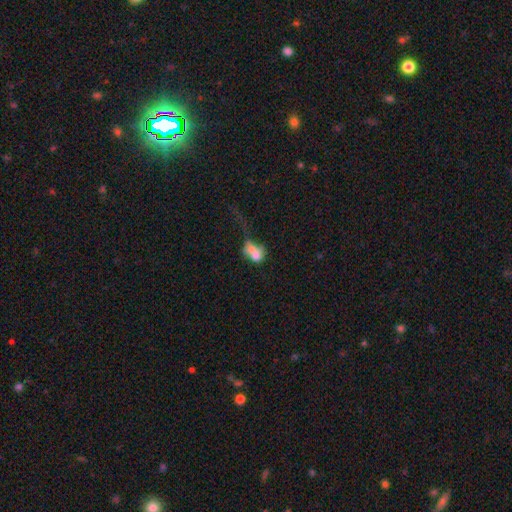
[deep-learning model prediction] This appears to be a smooth galaxy with no disk features (60%) that is in between round and cigar-shaped (63%). Merging: merger (54%).